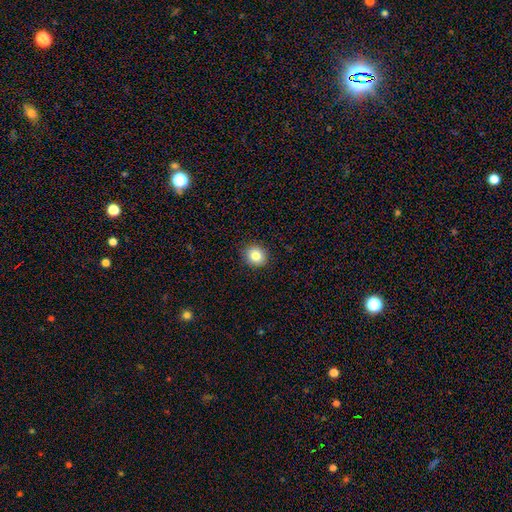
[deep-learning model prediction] A smooth galaxy with no disk features (83%) that is round (80%). Merging: none (91%).